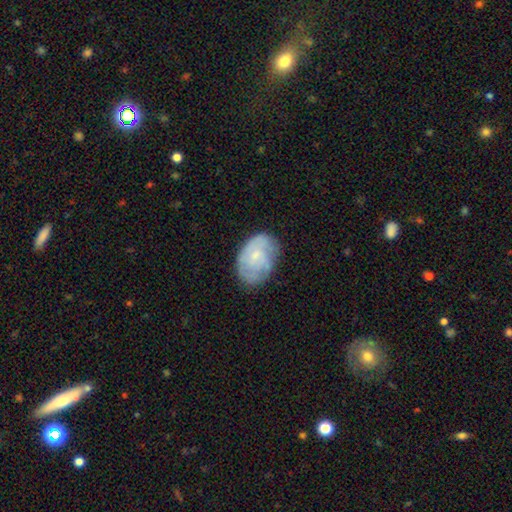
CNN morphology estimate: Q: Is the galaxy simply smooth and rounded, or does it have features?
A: featured or disk — 52%.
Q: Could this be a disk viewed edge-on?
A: no — 97%.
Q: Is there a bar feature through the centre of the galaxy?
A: no — 75%.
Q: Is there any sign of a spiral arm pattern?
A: yes — 73%.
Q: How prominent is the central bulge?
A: small — 64%.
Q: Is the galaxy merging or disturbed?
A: none — 67%.